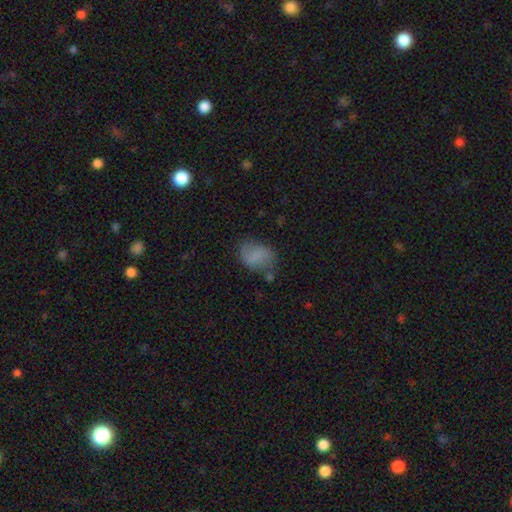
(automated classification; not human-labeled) This is likely a smooth galaxy (73%). How rounded: likely in between (78%). Merging: likely none (62%).